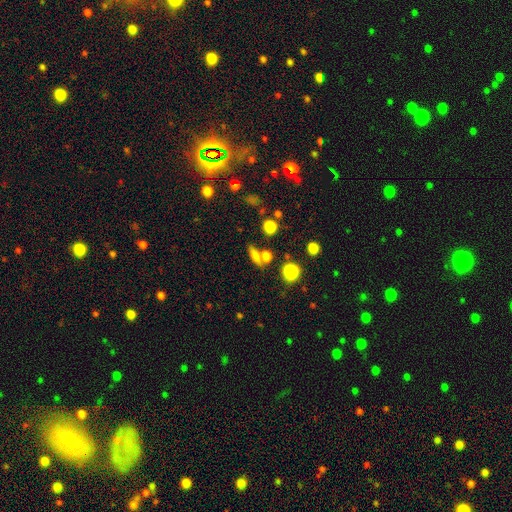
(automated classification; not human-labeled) Morphology: type=smooth (66%); roundness=in between (40%); merging=none (64%).